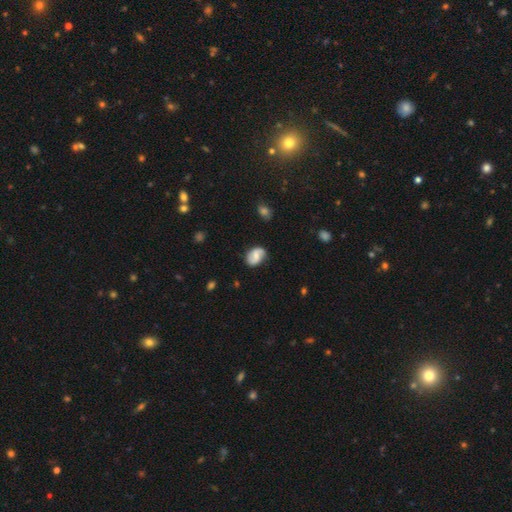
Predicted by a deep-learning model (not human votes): featured or disk 55%, smooth 38%, star or artifact 7%. Down the decision tree: edge-on disk — no (97%); bar — weak (44%); spiral arms — yes (88%); bulge size — moderate (42%); merging — none (73%).